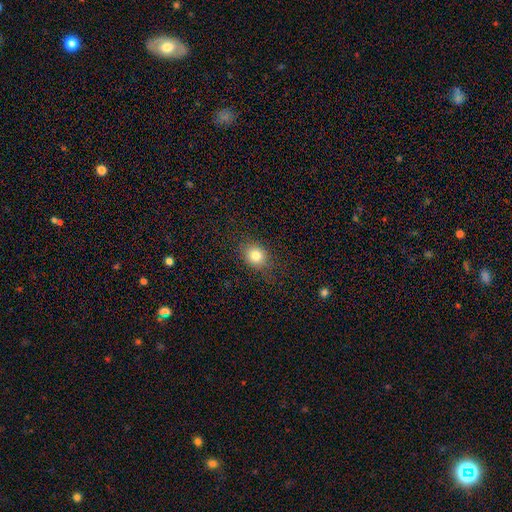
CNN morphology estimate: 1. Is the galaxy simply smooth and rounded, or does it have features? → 79% smooth, 11% star or artifact, 9% featured or disk.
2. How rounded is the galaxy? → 61% round, 37% in between, 1% cigar-shaped.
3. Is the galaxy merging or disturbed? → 79% none, 15% minor disturbance, 5% major disturbance, 1% merger.